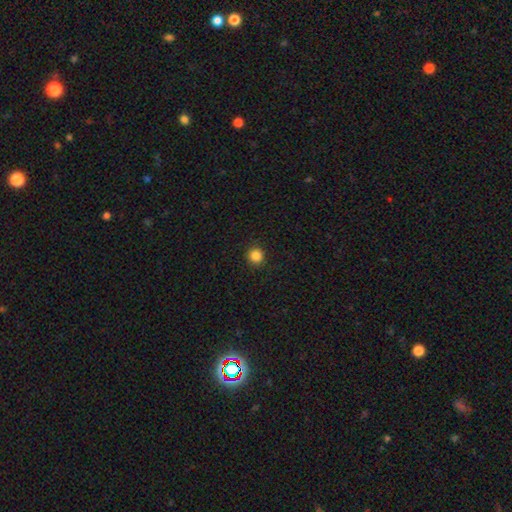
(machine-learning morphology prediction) This appears to be a smooth galaxy with no disk features (86%) that is round (93%). Merging: none (92%).